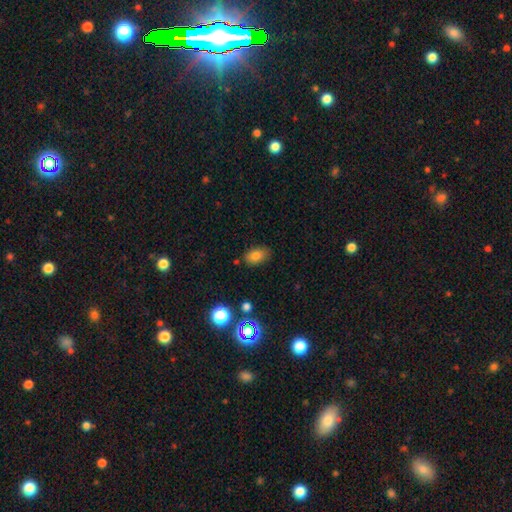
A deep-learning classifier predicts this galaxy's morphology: smooth-or-featured: smooth: 78% | star or artifact: 13% | featured or disk: 10%
  how-rounded: in between: 86% | round: 12% | cigar-shaped: 2%
  merging: none: 82% | minor disturbance: 13% | major disturbance: 3% | merger: 2%